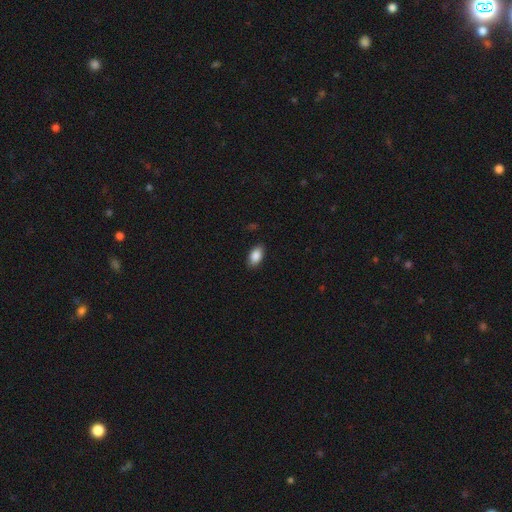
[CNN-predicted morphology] The model was most divided on "merging": none: 87%, minor disturbance: 9%, major disturbance: 2%, merger: 1%. More confident: how rounded — in between (93%); smooth or featured — smooth (89%).